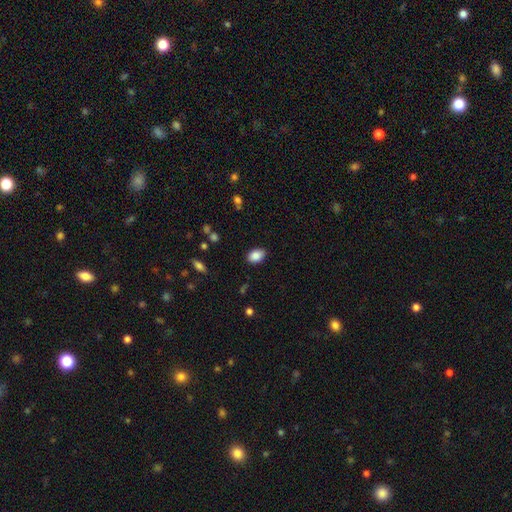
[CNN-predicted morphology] type=smooth (87%); roundness=in between (84%); merging=none (85%).